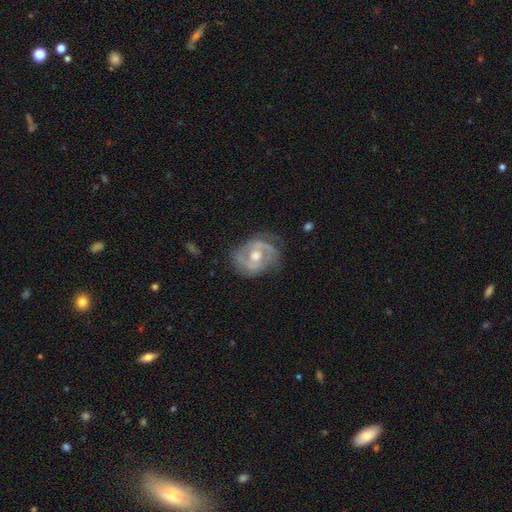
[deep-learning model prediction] A featured or disk galaxy (82%) with no bar (50%), 2 (63%) medium (43%) spiral arms (88%) and a moderate central bulge (74%). Merging: none (65%).